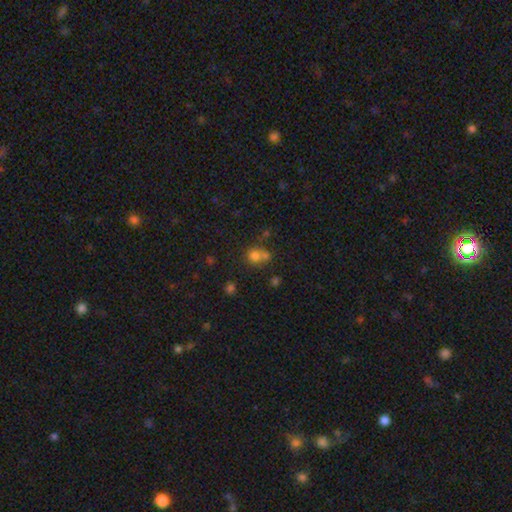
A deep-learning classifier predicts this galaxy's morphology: The model was most divided on "merging" (2-way tie): none: 43%, merger: 43%, minor disturbance: 10%, major disturbance: 5%. More confident: how rounded — round (80%); smooth or featured — smooth (72%).